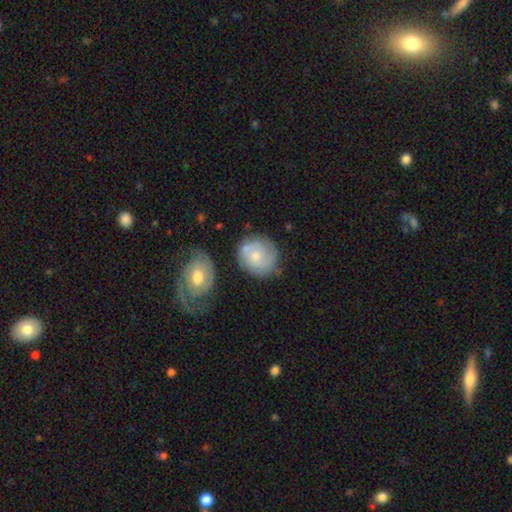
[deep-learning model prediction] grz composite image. It shows a smooth galaxy with no disk features (51%) that is round (79%). Merging: none (65%).